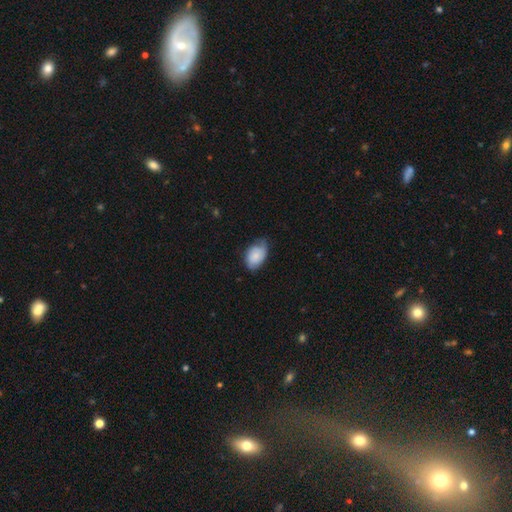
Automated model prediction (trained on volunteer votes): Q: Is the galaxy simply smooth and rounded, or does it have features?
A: smooth — 74%.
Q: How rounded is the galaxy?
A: in between — 89%.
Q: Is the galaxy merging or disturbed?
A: none — 53%.